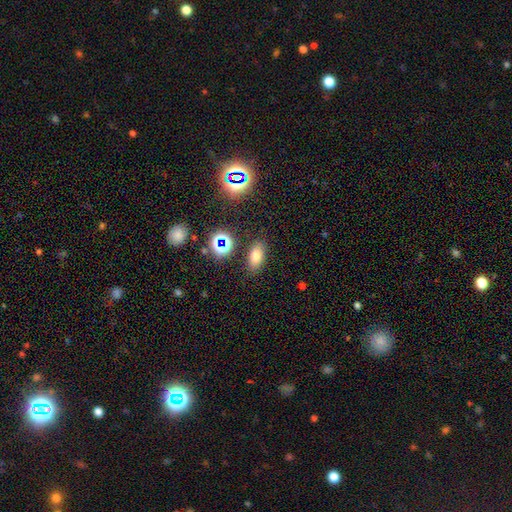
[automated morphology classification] smooth 71%, star or artifact 19%, featured or disk 10%. Down the decision tree: how rounded — in between (85%); merging — none (84%).